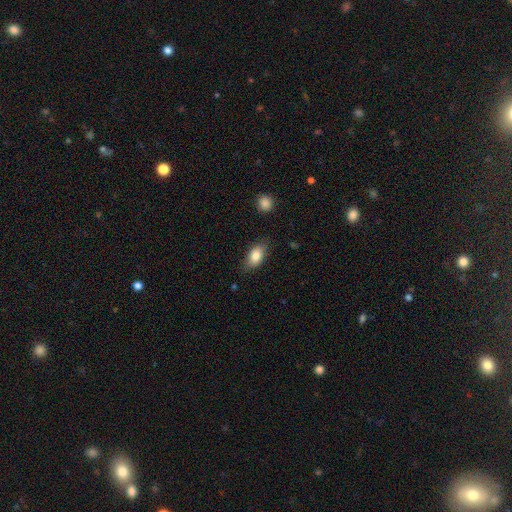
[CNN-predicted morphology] A smooth galaxy with no disk features (83%) that is in between round and cigar-shaped (89%).

Vote fractions:
- Smooth or featured? smooth: 83% / featured or disk: 10% / star or artifact: 7%
- How rounded? in between: 89% / round: 6% / cigar-shaped: 5%
- Merging? none: 79% / minor disturbance: 16% / major disturbance: 3% / merger: 1%